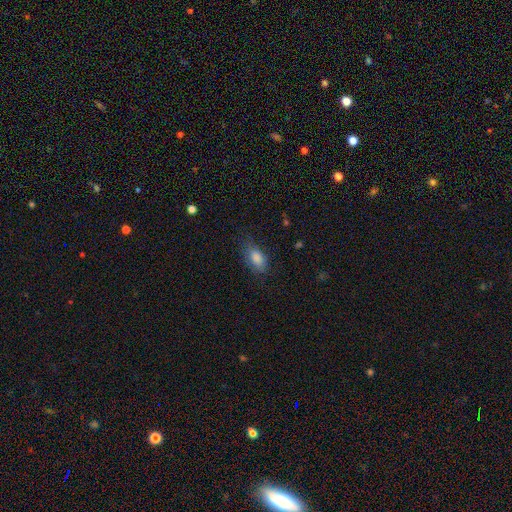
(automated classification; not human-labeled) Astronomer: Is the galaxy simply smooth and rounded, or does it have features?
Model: smooth — 79%.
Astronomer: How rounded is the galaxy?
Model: in between — 85%.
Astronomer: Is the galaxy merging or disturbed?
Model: none — 74%.